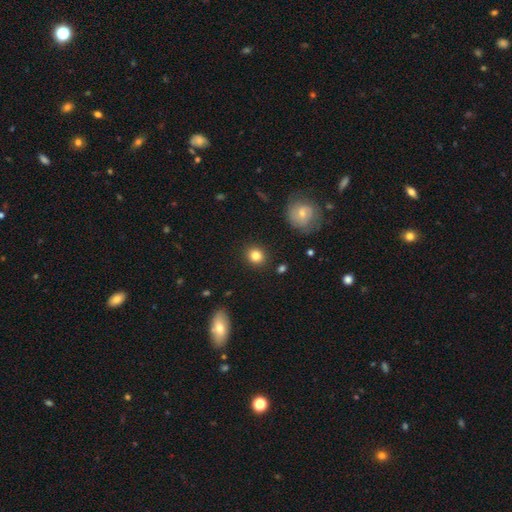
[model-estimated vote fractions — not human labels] smooth 83%, star or artifact 10%, featured or disk 6%. Down the decision tree: how rounded — round (79%); merging — none (89%).